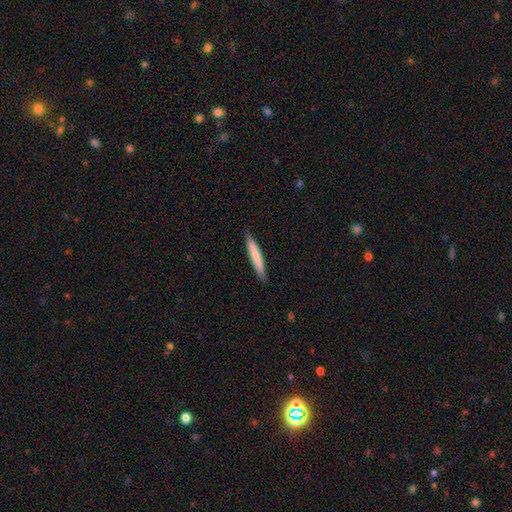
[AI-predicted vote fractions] Smooth or featured?
  - smooth: 75% *
  - featured or disk: 20%
  - star or artifact: 5%
How rounded?
  - cigar-shaped: 95% *
  - in between: 4%
  - round: 1%
Merging?
  - none: 88% *
  - minor disturbance: 9%
  - major disturbance: 2%
  - merger: 1%